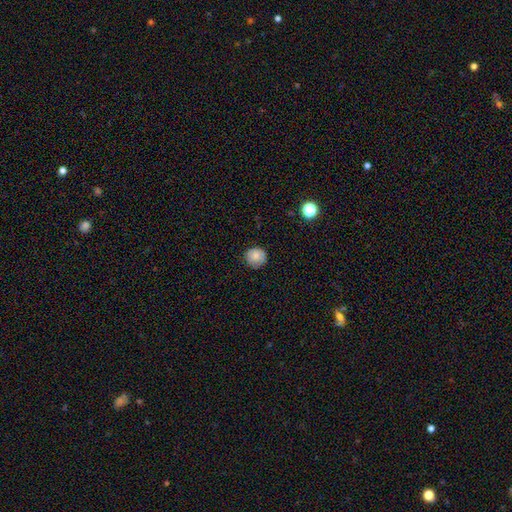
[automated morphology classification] smooth-or-featured: smooth: 79% | featured or disk: 13% | star or artifact: 9%
  how-rounded: round: 92% | in between: 7% | cigar-shaped: 1%
  merging: none: 83% | minor disturbance: 13% | major disturbance: 3% | merger: 1%